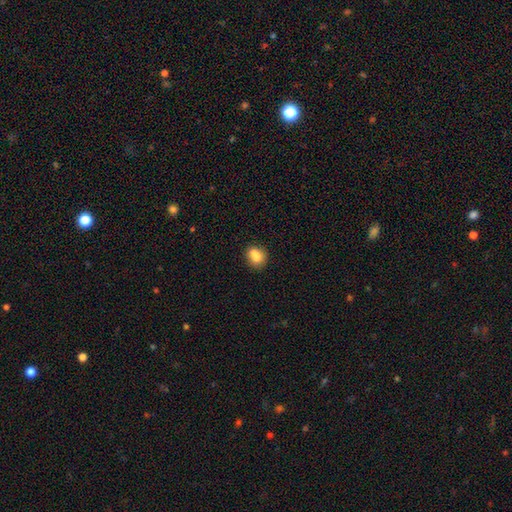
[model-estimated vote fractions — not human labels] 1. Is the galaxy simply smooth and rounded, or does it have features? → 79% smooth, 12% featured or disk, 9% star or artifact.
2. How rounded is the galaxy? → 52% round, 46% in between, 2% cigar-shaped.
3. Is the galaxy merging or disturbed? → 54% none, 25% merger, 16% minor disturbance, 4% major disturbance.